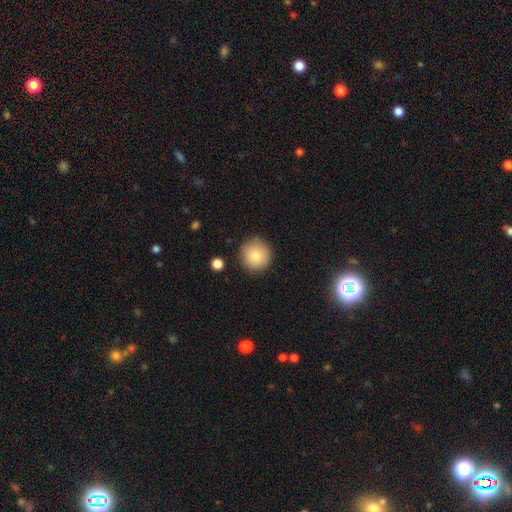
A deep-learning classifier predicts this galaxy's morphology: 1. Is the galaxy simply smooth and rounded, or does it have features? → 82% smooth, 9% star or artifact, 9% featured or disk.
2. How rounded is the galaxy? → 95% round, 4% in between, 1% cigar-shaped.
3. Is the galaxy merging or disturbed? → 86% none, 9% minor disturbance, 2% major disturbance, 2% merger.